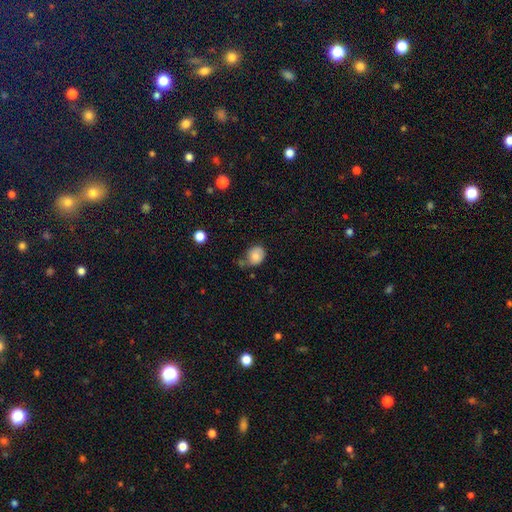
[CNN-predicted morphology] This is clearly a smooth galaxy (81%). How rounded: possibly round (56%). Merging: possibly none (57%).